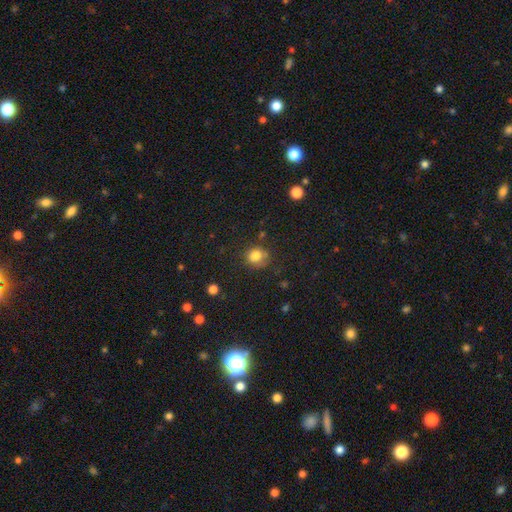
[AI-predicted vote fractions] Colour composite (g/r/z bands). It shows a smooth galaxy with no disk features (81%) that is round (75%). Merging: none (65%).